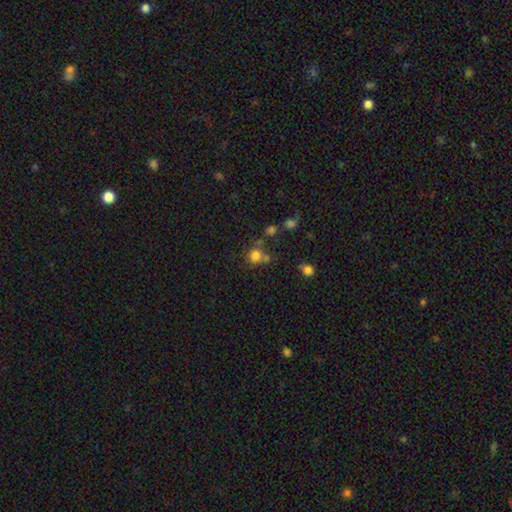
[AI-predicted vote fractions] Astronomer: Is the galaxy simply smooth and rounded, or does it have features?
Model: smooth — 75%.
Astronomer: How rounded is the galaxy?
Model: round — 84%.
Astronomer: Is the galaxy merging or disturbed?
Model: none — 53%.